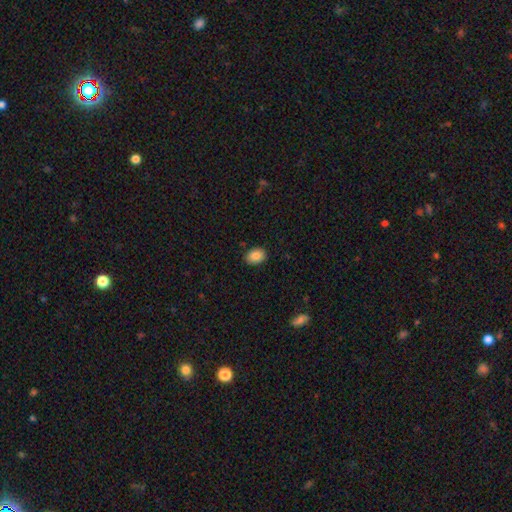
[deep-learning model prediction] smooth_or_featured: smooth (p=0.86) [alt: star or artifact p=0.08]
how_rounded: in between (p=0.73) [alt: round p=0.26]
merging: none (p=0.87) [alt: minor disturbance p=0.10]